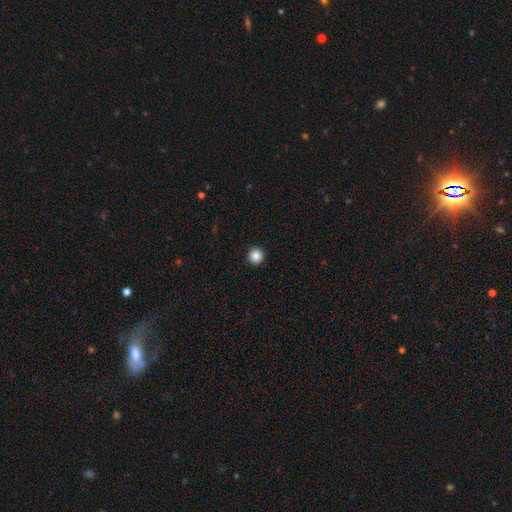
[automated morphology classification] type=smooth (85%); roundness=round (96%); merging=none (94%).